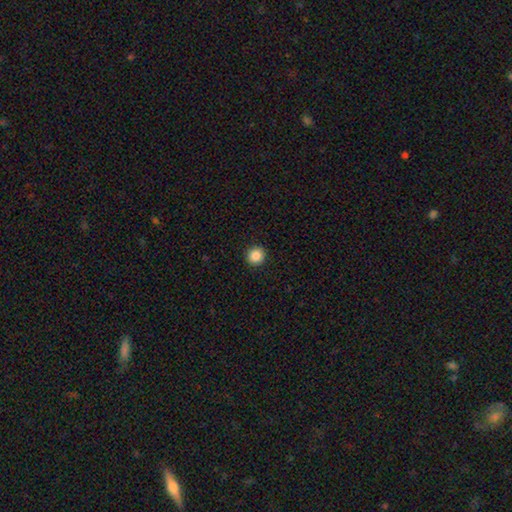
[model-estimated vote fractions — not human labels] Overall: smooth (87%). How rounded: round (94%). Merging: none (93%).